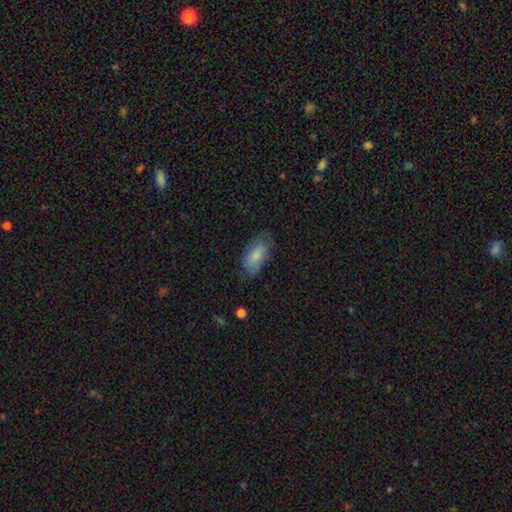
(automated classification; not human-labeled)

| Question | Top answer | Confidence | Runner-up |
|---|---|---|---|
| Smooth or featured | smooth | 79% | featured or disk (15%) |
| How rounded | in between | 90% | cigar-shaped (7%) |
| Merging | none | 66% | minor disturbance (25%) |